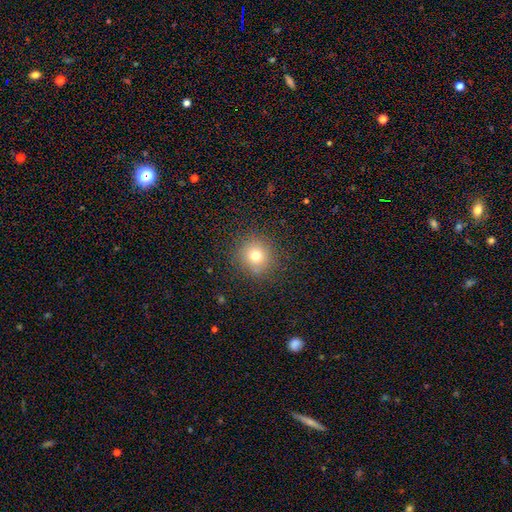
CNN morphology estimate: Q: Smooth or featured?
A: smooth (73%); runner-up: star or artifact (17%)
Q: How rounded?
A: round (91%); runner-up: in between (8%)
Q: Merging?
A: none (87%); runner-up: minor disturbance (8%)